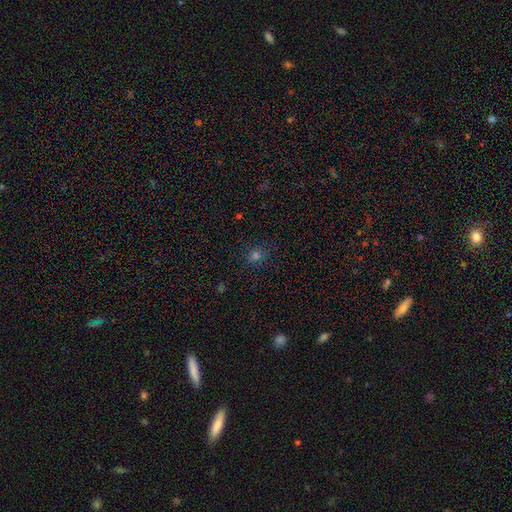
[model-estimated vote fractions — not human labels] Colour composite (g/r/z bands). It shows a smooth galaxy with no disk features (71%) that is round (84%). Merging: none (86%).